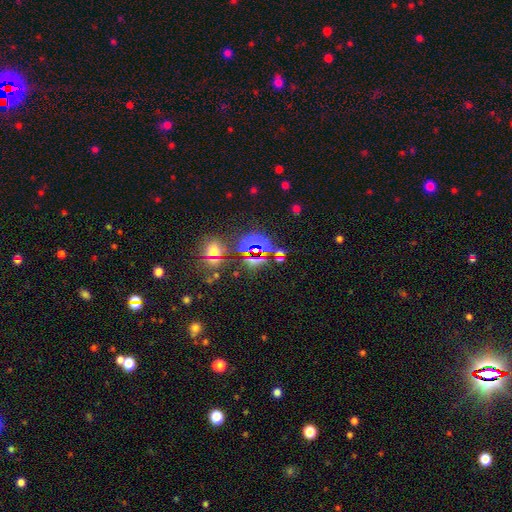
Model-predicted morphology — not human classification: smooth_or_featured: star or artifact (p=0.75) [alt: smooth p=0.16]